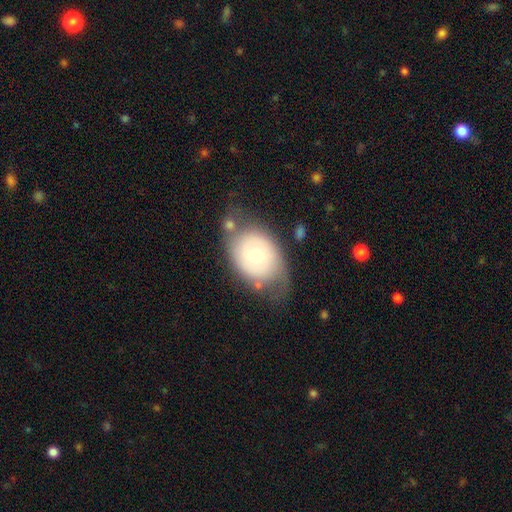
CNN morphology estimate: A smooth galaxy with no disk features (53%) that is in between round and cigar-shaped (66%). Merging: none (46%).